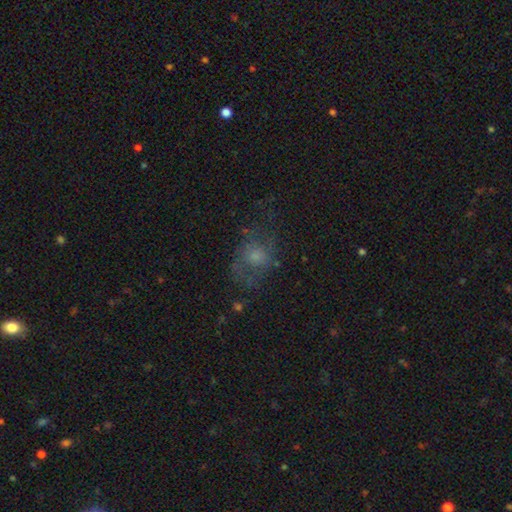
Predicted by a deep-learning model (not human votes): This is possibly a smooth galaxy (53%). How rounded: possibly round (59%). Merging: possibly none (47%).